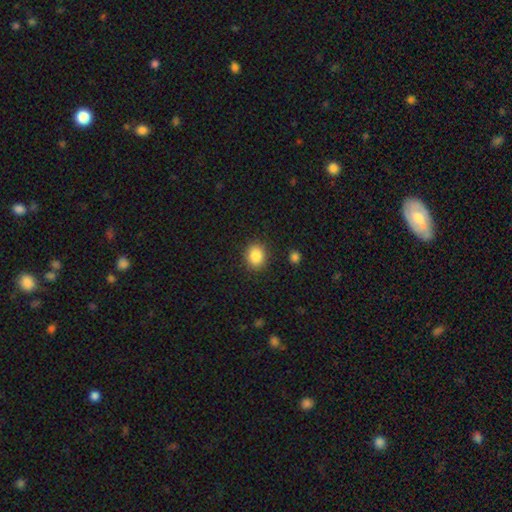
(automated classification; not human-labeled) Smooth or featured?
  - smooth: 87% *
  - star or artifact: 9%
  - featured or disk: 4%
How rounded?
  - round: 63% *
  - in between: 36%
  - cigar-shaped: 1%
Merging?
  - none: 88% *
  - minor disturbance: 8%
  - major disturbance: 3%
  - merger: 2%